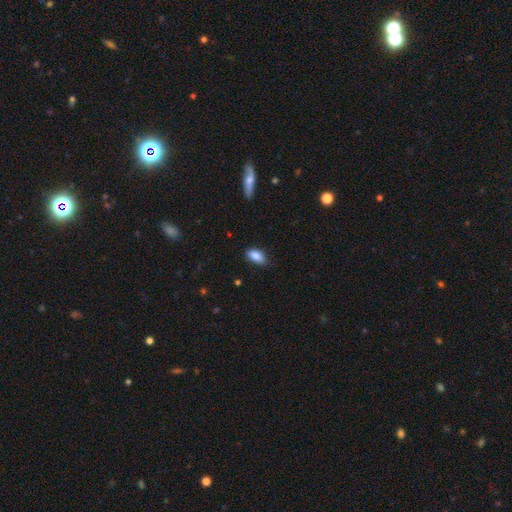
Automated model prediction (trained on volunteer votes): A smooth galaxy with no disk features (85%) that is in between round and cigar-shaped (92%).

Vote fractions:
- Smooth or featured? smooth: 85% / featured or disk: 7% / star or artifact: 7%
- How rounded? in between: 92% / cigar-shaped: 4% / round: 4%
- Merging? none: 80% / minor disturbance: 16% / major disturbance: 3% / merger: 1%